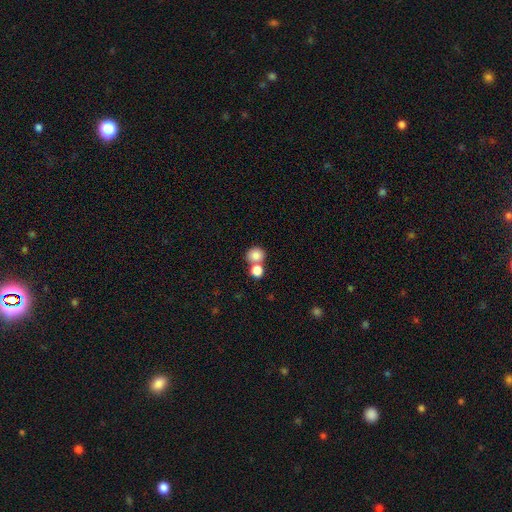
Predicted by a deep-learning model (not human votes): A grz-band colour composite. It shows a smooth galaxy with no disk features (82%) that is round (84%). Merging: none (50%).